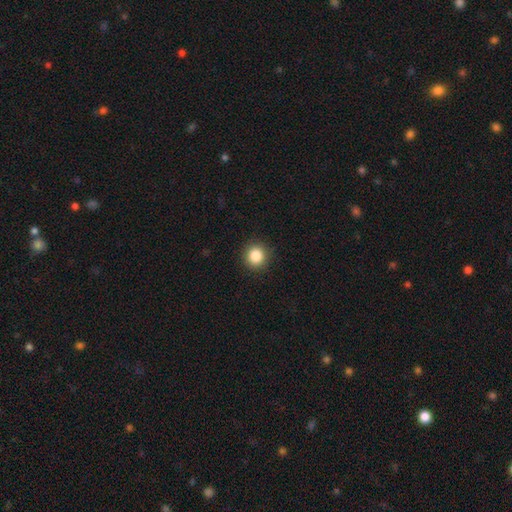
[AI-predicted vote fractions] A smooth galaxy with no disk features (85%) that is round (91%).

Vote fractions:
- Smooth or featured? smooth: 85% / star or artifact: 10% / featured or disk: 4%
- How rounded? round: 91% / in between: 9% / cigar-shaped: 1%
- Merging? none: 91% / minor disturbance: 6% / major disturbance: 2% / merger: 1%